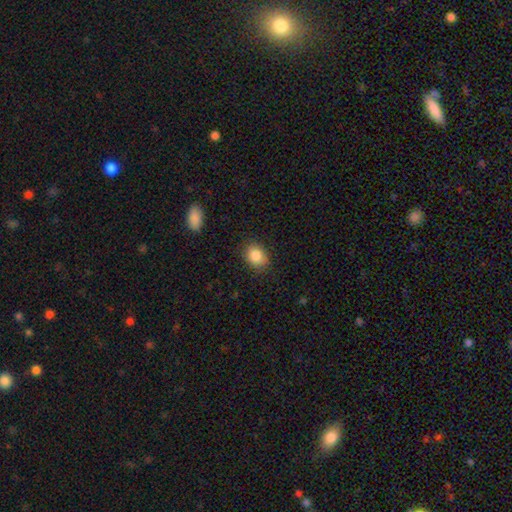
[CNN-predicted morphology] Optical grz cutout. It shows a smooth galaxy with no disk features (86%) that is in between round and cigar-shaped (52%). Merging: none (84%).